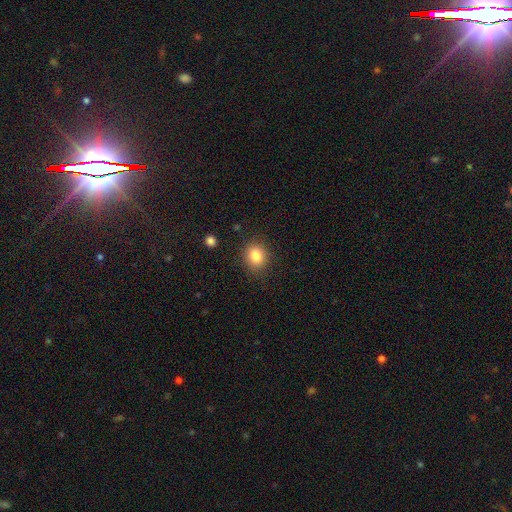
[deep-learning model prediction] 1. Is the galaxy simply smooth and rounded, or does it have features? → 83% smooth, 11% star or artifact, 6% featured or disk.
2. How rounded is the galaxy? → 71% round, 29% in between, 1% cigar-shaped.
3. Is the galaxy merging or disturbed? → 87% none, 9% minor disturbance, 3% major disturbance, 1% merger.